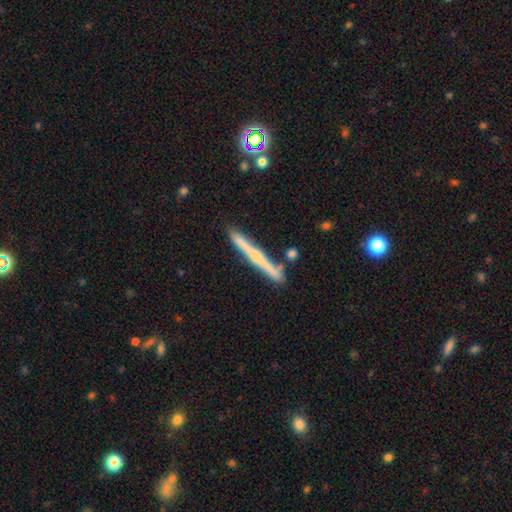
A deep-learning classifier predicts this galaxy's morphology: Smooth or featured? featured or disk (57%)
Edge-on disk? yes (97%)
Edge-on bulge? rounded (49%)
Merging? none (83%)